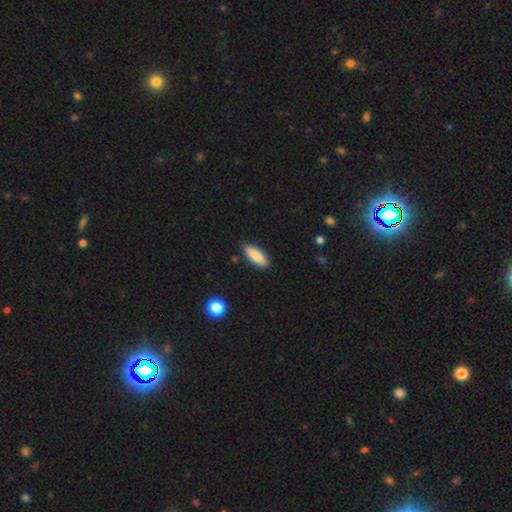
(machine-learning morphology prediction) Smooth or featured? Predicted: smooth (p=0.85). How rounded? Predicted: in between (p=0.70). Merging? Predicted: none (p=0.88).